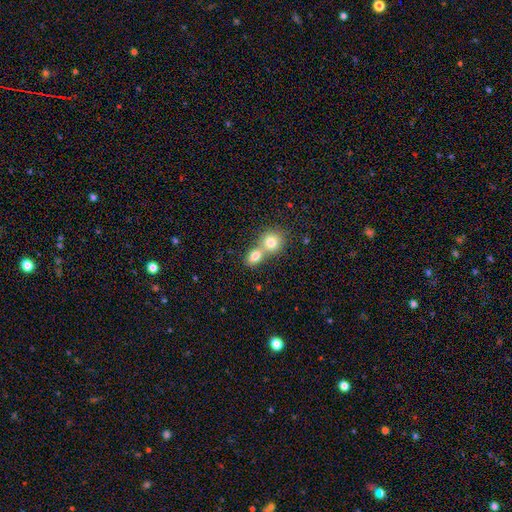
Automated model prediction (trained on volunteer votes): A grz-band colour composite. It shows a smooth galaxy with no disk features (79%) that is in between round and cigar-shaped (53%). Merging: merger (63%).